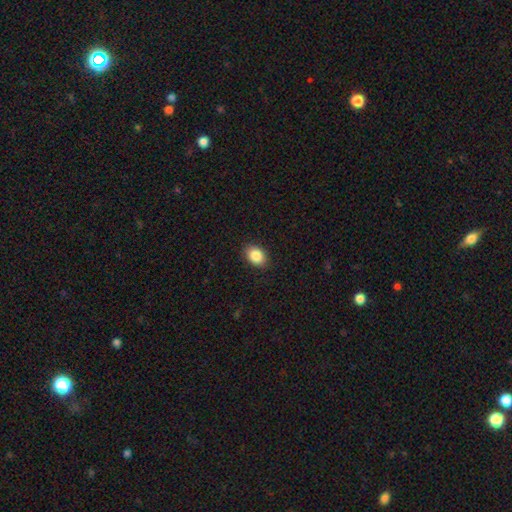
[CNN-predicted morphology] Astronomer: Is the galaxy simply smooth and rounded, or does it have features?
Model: smooth — 88%.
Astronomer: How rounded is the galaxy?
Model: in between — 74%.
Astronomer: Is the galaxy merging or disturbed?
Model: none — 88%.